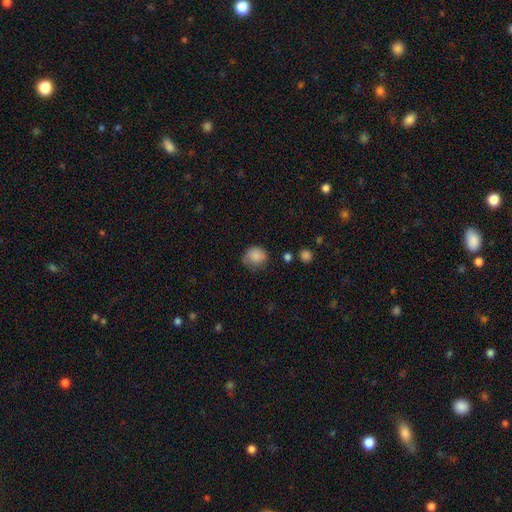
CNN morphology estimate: This appears to be a smooth galaxy with no disk features (85%) that is round (78%). Merging: none (63%).